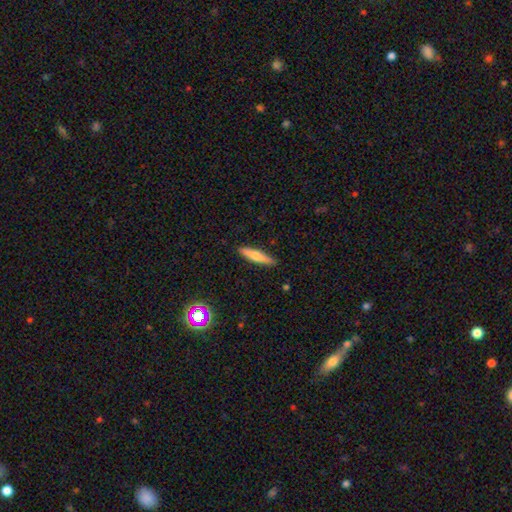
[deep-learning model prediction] smooth_or_featured: smooth (p=0.63) [alt: featured or disk p=0.30]
how_rounded: cigar-shaped (p=0.85) [alt: in between p=0.13]
merging: none (p=0.89) [alt: minor disturbance p=0.08]